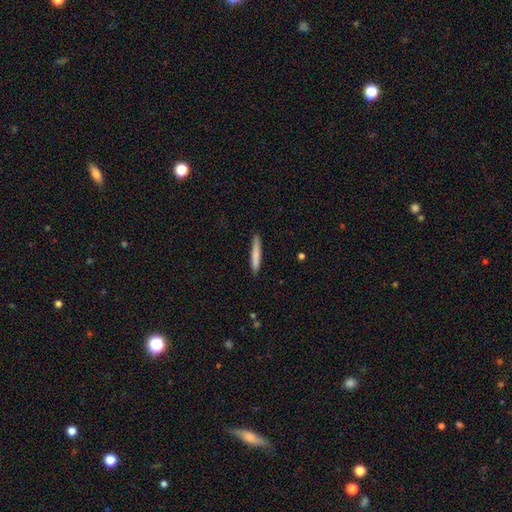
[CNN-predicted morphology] smooth-or-featured: smooth: 79% | featured or disk: 16% | star or artifact: 6%
  how-rounded: cigar-shaped: 94% | in between: 5% | round: 1%
  merging: none: 87% | minor disturbance: 10% | major disturbance: 2% | merger: 1%